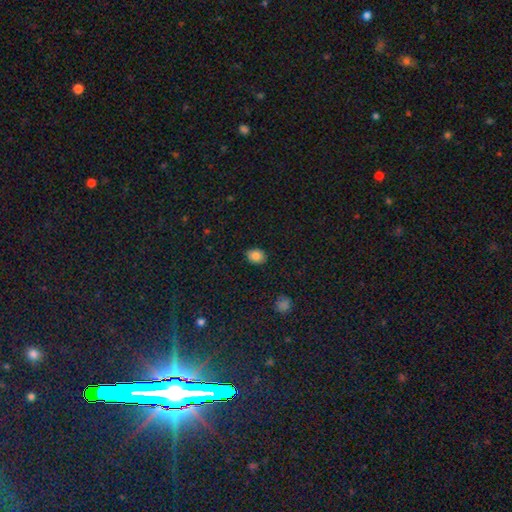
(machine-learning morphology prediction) This appears to be a smooth galaxy with no disk features (85%) that is in between round and cigar-shaped (67%). Merging: none (84%).